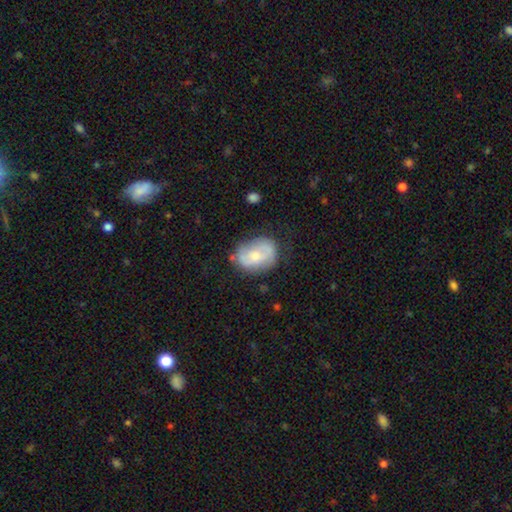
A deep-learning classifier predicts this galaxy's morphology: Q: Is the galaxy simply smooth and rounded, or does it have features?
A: smooth — 50%.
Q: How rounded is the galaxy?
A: in between — 67%.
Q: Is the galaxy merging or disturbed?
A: none — 62%.